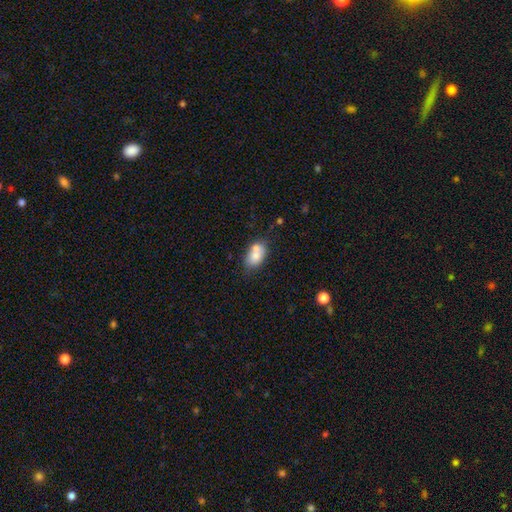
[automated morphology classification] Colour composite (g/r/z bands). It shows a smooth galaxy with no disk features (74%) that is in between round and cigar-shaped (81%). Merging: none (43%).